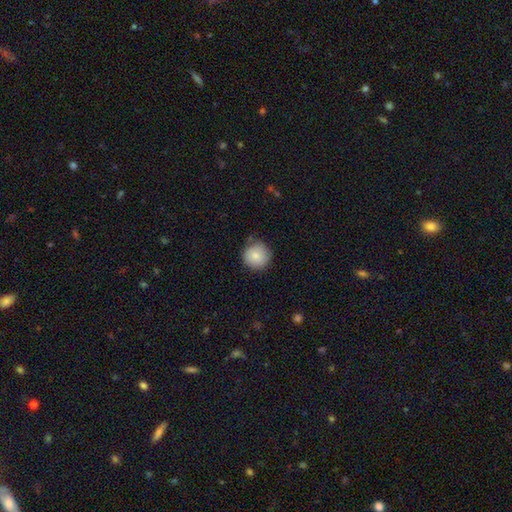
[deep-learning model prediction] Q: Smooth or featured?
A: smooth (84%); runner-up: featured or disk (9%)
Q: How rounded?
A: round (94%); runner-up: in between (5%)
Q: Merging?
A: none (76%); runner-up: minor disturbance (18%)